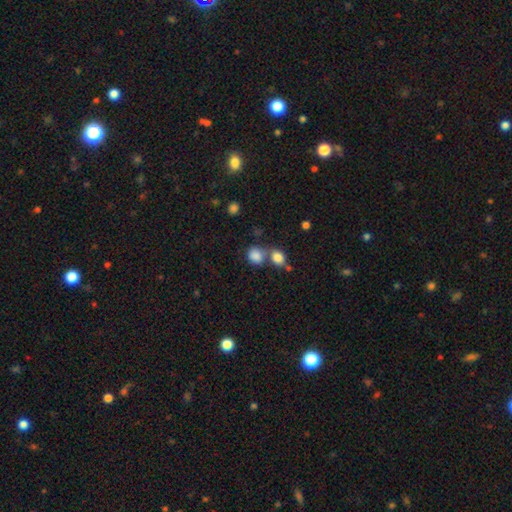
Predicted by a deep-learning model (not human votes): Smooth or featured? smooth (84%)
How rounded? round (69%)
Merging? merger (44%)